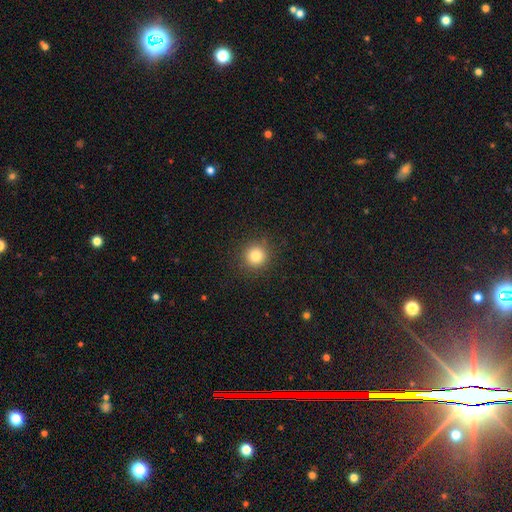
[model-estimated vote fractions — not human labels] Q: Smooth or featured?
A: smooth (82%); runner-up: star or artifact (12%)
Q: How rounded?
A: round (94%); runner-up: in between (5%)
Q: Merging?
A: none (90%); runner-up: minor disturbance (6%)